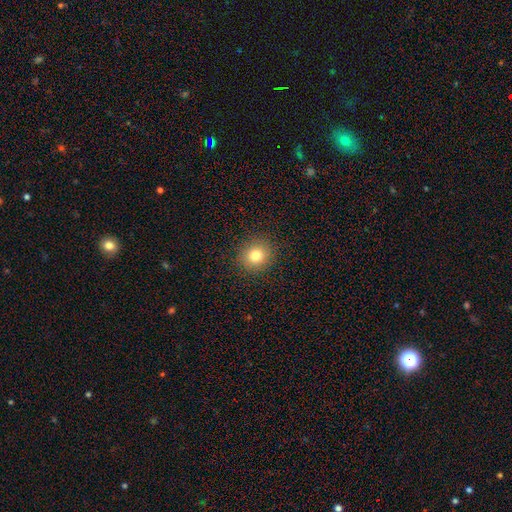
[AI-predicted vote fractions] Smooth or featured? smooth (80%)
How rounded? round (83%)
Merging? none (91%)